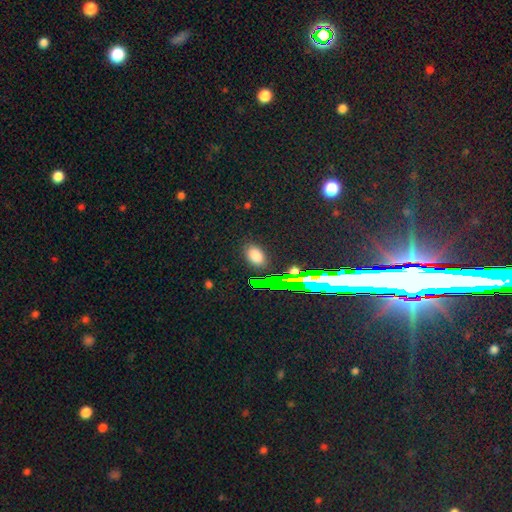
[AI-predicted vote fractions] smooth 72%, star or artifact 22%, featured or disk 6%. Down the decision tree: how rounded — in between (86%); merging — none (85%).